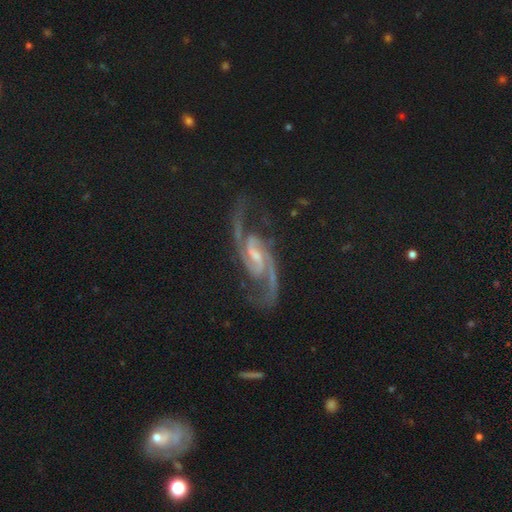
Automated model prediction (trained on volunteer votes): This is clearly a featured or disk galaxy (93%). It is clearly not viewed edge-on (97%). Bar: possibly weak (54%). Spiral arm pattern: clearly yes (99%). Spiral arm count: clearly 2 (92%). Spiral winding: possibly medium (58%). Central bulge: possibly small (52%). Merging: likely none (72%).